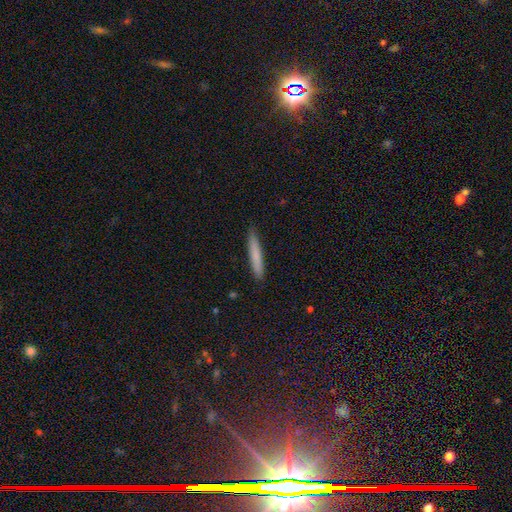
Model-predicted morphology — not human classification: Smooth or featured: smooth — 76% (featured or disk — 17%)
How rounded: cigar-shaped — 95% (in between — 4%)
Merging: none — 89% (minor disturbance — 8%)